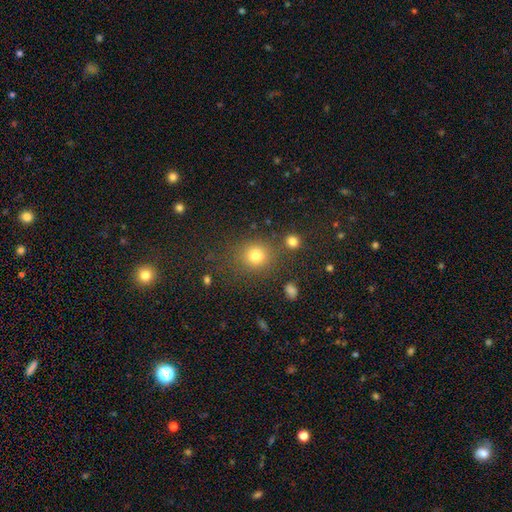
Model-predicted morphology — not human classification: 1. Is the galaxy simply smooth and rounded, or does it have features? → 78% smooth, 15% star or artifact, 7% featured or disk.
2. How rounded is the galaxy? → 85% round, 14% in between, 1% cigar-shaped.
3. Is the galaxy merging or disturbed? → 76% none, 10% minor disturbance, 9% merger, 5% major disturbance.